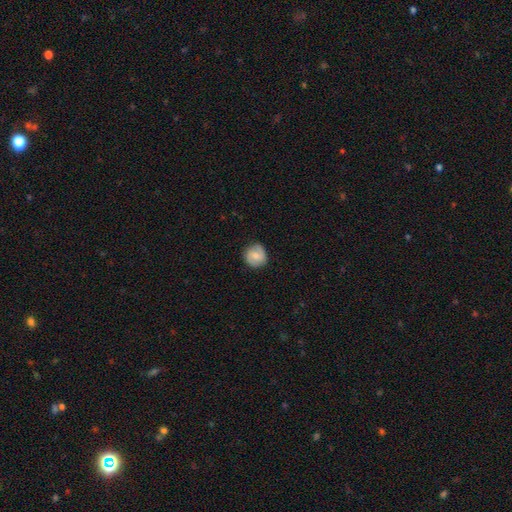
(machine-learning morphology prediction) Smooth or featured?
  - smooth: 63% *
  - featured or disk: 29%
  - star or artifact: 7%
How rounded?
  - round: 90% *
  - in between: 9%
  - cigar-shaped: 1%
Merging?
  - none: 81% *
  - minor disturbance: 15%
  - major disturbance: 3%
  - merger: 1%